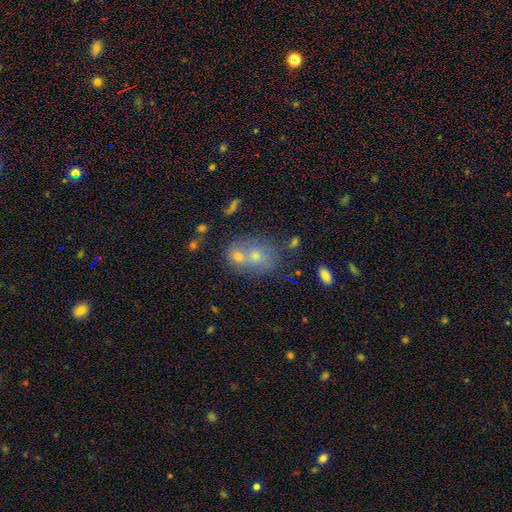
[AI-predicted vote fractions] smooth 64%, featured or disk 22%, star or artifact 13%. Down the decision tree: how rounded — in between (53%); merging — merger (55%).